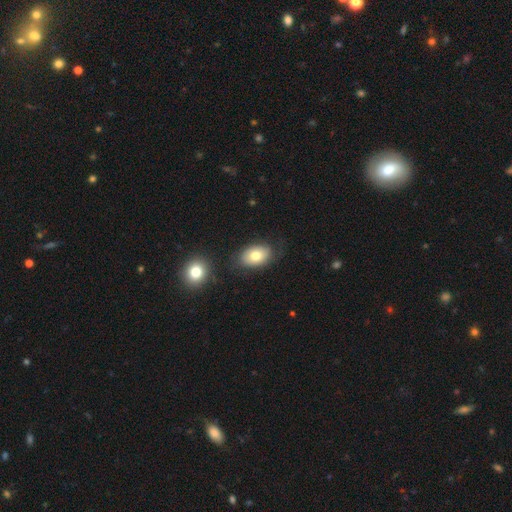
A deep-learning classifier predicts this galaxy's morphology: type=smooth (76%); roundness=in between (84%); merging=none (76%).